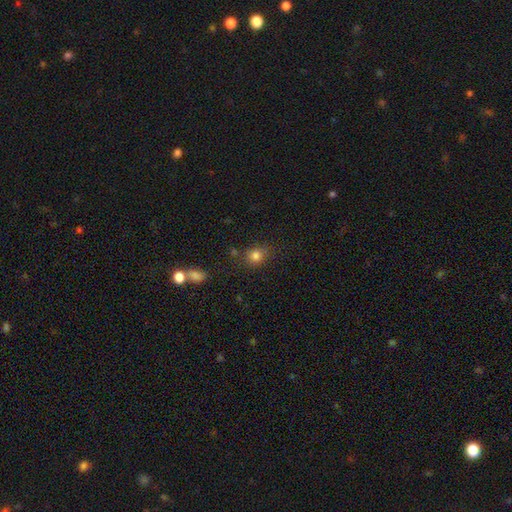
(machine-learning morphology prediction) This is likely a smooth galaxy (80%). How rounded: likely round (75%). Merging: likely none (75%).